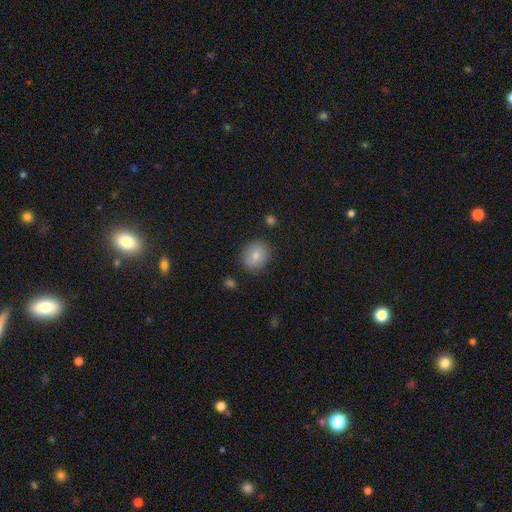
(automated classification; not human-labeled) smooth_or_featured: smooth (p=0.82) [alt: featured or disk p=0.10]
how_rounded: round (p=0.69) [alt: in between p=0.30]
merging: none (p=0.85) [alt: minor disturbance p=0.10]